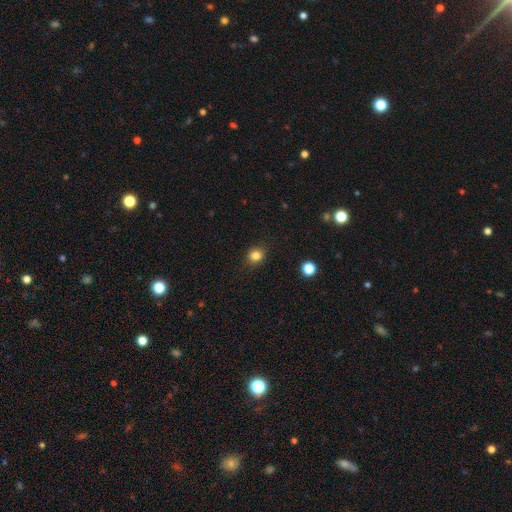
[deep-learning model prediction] Smooth or featured?
  - smooth: 83% *
  - star or artifact: 13%
  - featured or disk: 5%
How rounded?
  - round: 79% *
  - in between: 20%
  - cigar-shaped: 1%
Merging?
  - none: 87% *
  - minor disturbance: 9%
  - major disturbance: 3%
  - merger: 1%